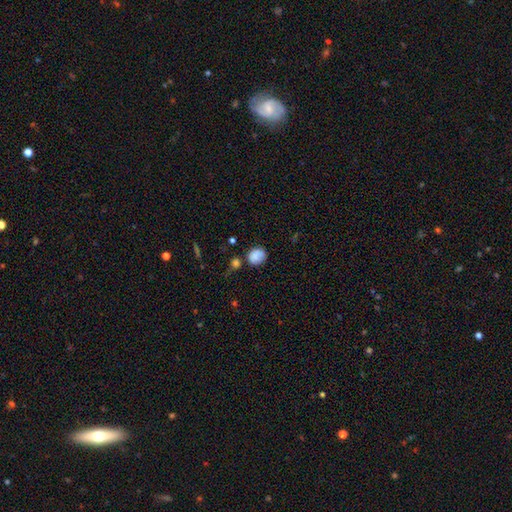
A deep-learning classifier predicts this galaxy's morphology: Overall: smooth (82%). How rounded: round (69%; in between 30%). Merging: none (62%).